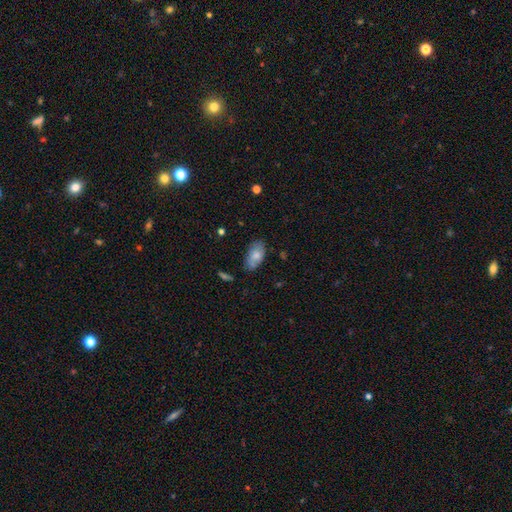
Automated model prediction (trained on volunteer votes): Smooth or featured?
  - smooth: 76% *
  - featured or disk: 17%
  - star or artifact: 7%
How rounded?
  - in between: 93% *
  - cigar-shaped: 4%
  - round: 3%
Merging?
  - none: 71% *
  - minor disturbance: 22%
  - major disturbance: 4%
  - merger: 2%